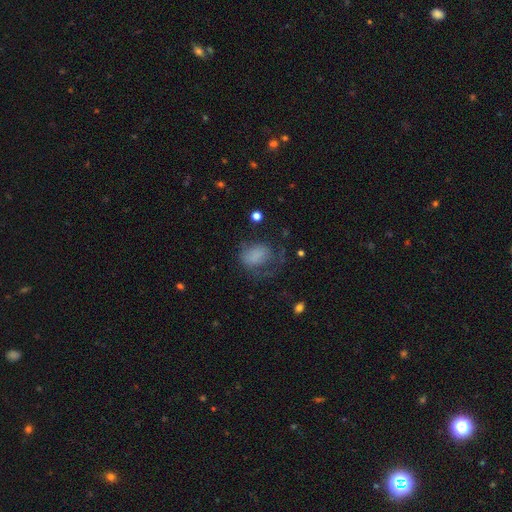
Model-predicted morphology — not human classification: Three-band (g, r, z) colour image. It shows a smooth galaxy with no disk features (65%) that is in between round and cigar-shaped (63%). Merging: major disturbance (41%).